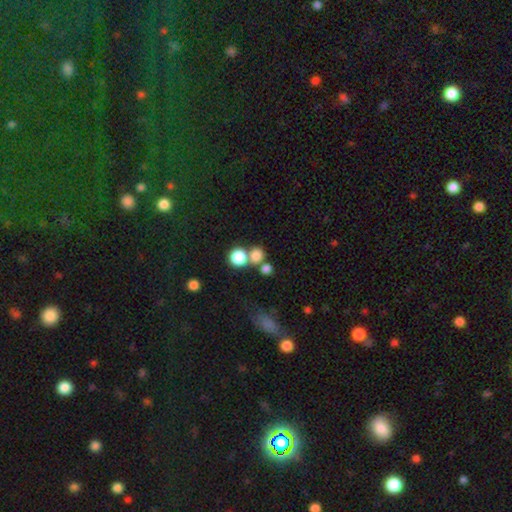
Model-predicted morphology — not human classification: A smooth galaxy with no disk features (79%) that is round (83%). Merging: none (50%).